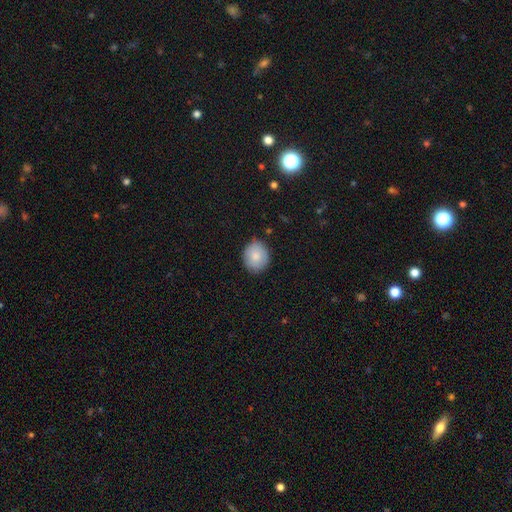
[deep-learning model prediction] Smooth or featured: smooth — 82% (featured or disk — 11%)
How rounded: round — 70% (in between — 29%)
Merging: none — 81% (minor disturbance — 15%)